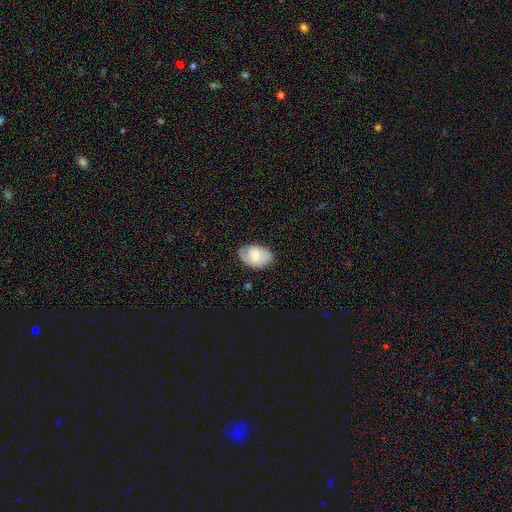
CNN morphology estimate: type=smooth (56%); roundness=in between (86%); merging=none (69%).